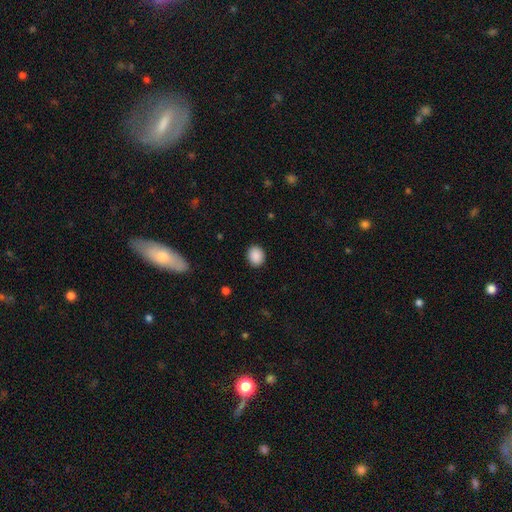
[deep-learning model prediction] smooth 89%, star or artifact 8%, featured or disk 3%. Down the decision tree: how rounded — round (68%); merging — none (90%).